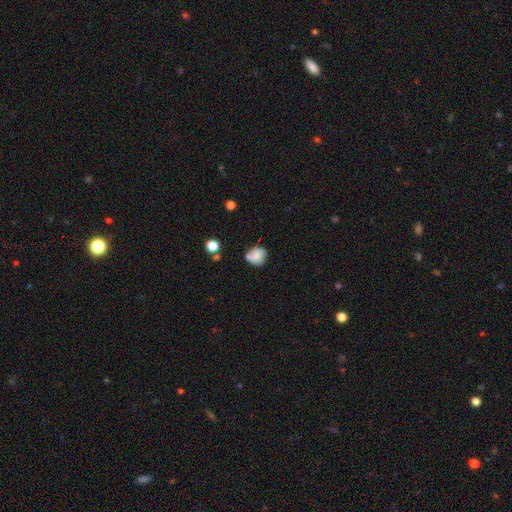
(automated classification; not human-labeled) smooth-or-featured: smooth: 66% | featured or disk: 24% | star or artifact: 10%
  how-rounded: round: 73% | in between: 26% | cigar-shaped: 1%
  merging: none: 52% | minor disturbance: 26% | merger: 12% | major disturbance: 9%